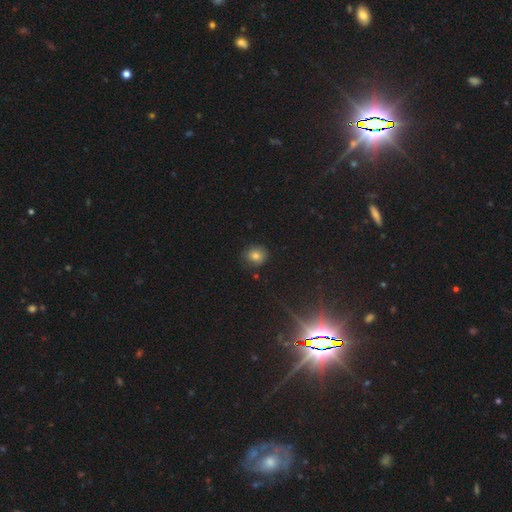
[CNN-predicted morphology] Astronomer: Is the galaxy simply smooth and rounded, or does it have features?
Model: smooth — 76%.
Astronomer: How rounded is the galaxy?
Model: round — 78%.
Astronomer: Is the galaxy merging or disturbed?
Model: none — 82%.